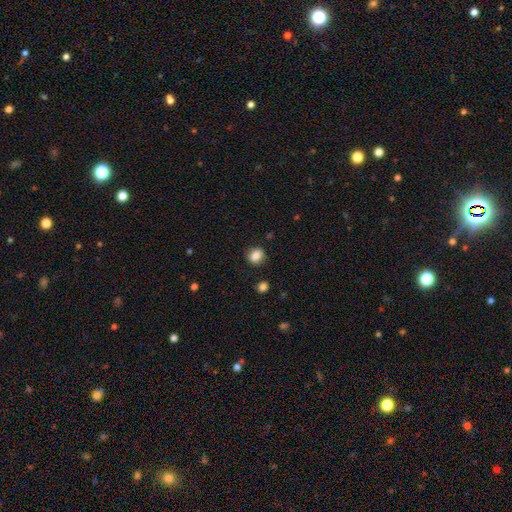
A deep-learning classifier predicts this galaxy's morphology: The model was most divided on "how rounded": round: 63%, in between: 36%, cigar-shaped: 1%. More confident: smooth or featured — smooth (85%); merging — none (85%).